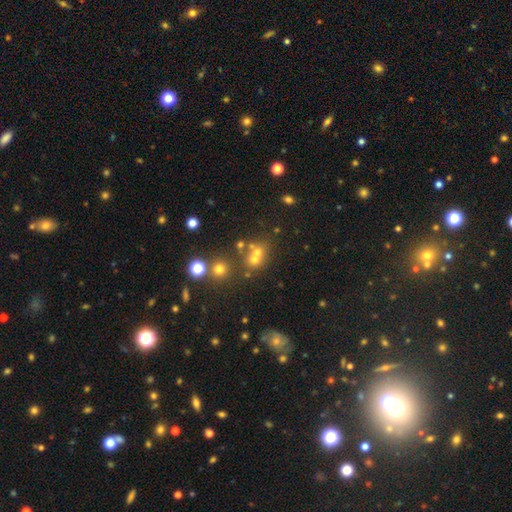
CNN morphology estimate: Smooth or featured? smooth (57%)
How rounded? round (74%)
Merging? none (45%)